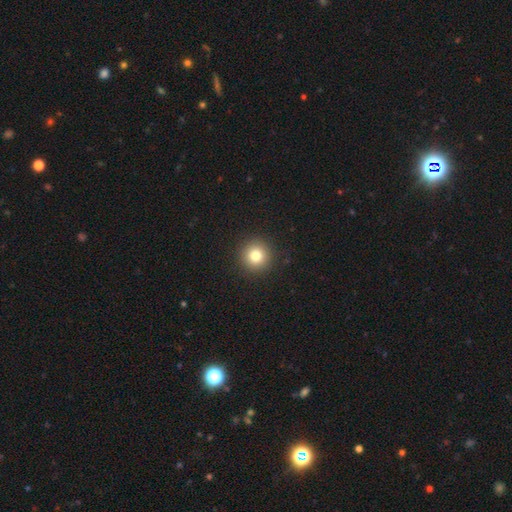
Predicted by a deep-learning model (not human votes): Q: Smooth or featured?
A: smooth (80%); runner-up: star or artifact (12%)
Q: How rounded?
A: round (95%); runner-up: in between (4%)
Q: Merging?
A: none (92%); runner-up: minor disturbance (5%)